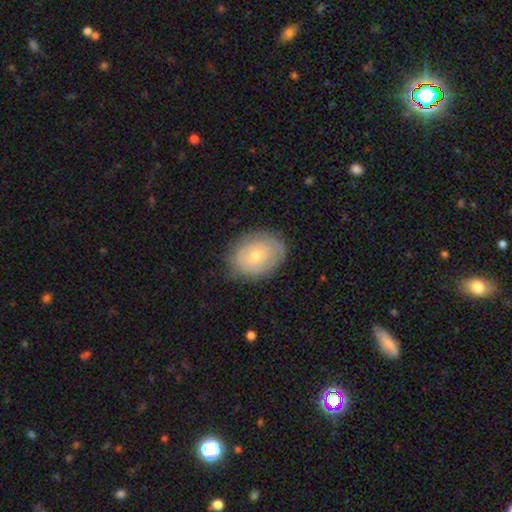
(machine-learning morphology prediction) Smooth or featured: featured or disk — 46% (tied with smooth — 46%)
Merging: none — 77% (minor disturbance — 17%)